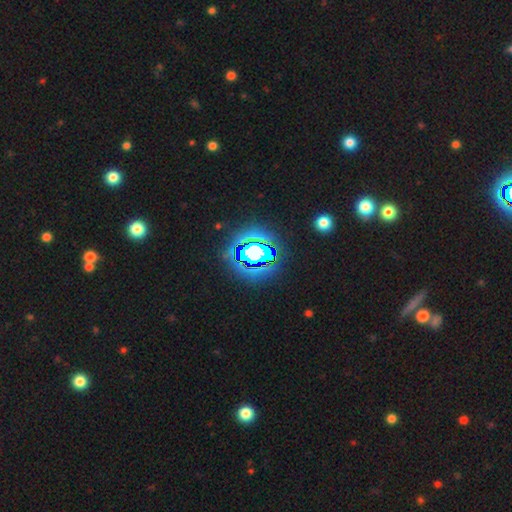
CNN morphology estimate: This is clearly a star or artifact rather than a galaxy (80%).